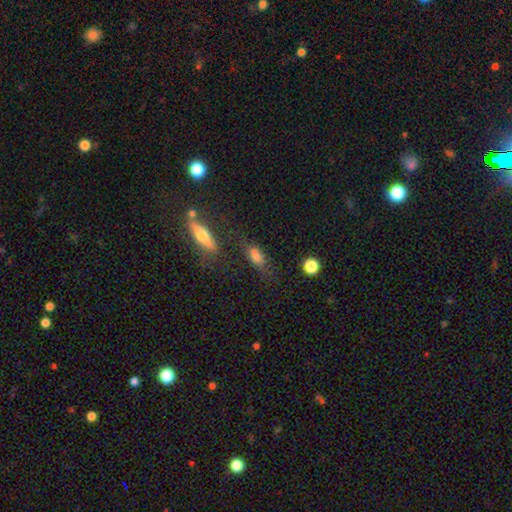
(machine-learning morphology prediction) Smooth or featured?
  - smooth: 68% *
  - featured or disk: 18%
  - star or artifact: 14%
How rounded?
  - in between: 66% *
  - cigar-shaped: 24%
  - round: 10%
Merging?
  - none: 58% *
  - minor disturbance: 18%
  - merger: 16%
  - major disturbance: 8%